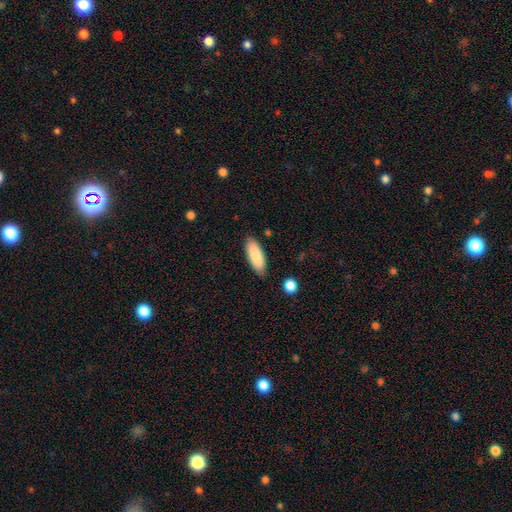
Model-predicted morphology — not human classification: A smooth galaxy with no disk features (87%) that is in between round and cigar-shaped (69%). Merging: none (85%).